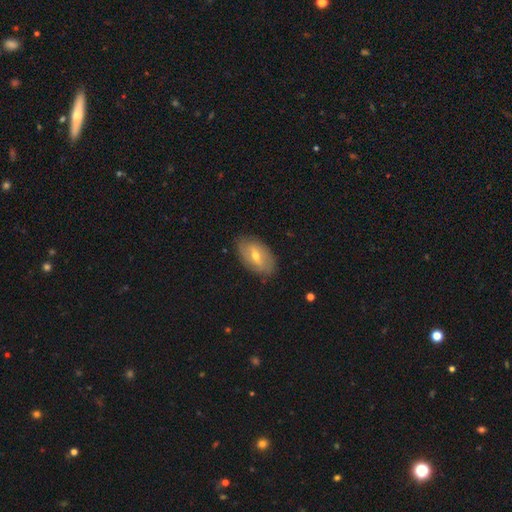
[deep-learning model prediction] Overall: featured or disk (52%; smooth 40%). Edge-on disk: no (88%). Merging: none (82%).